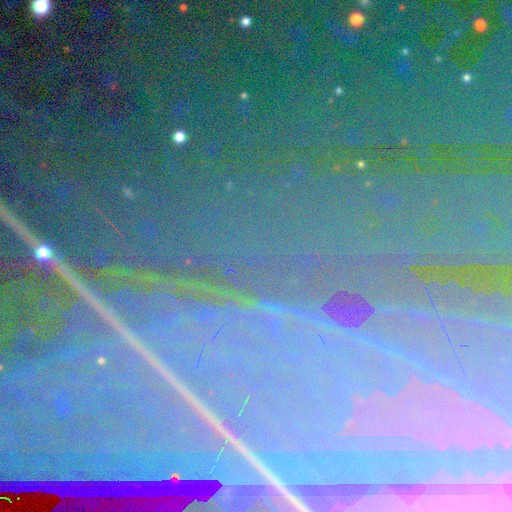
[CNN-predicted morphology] A star or artifact, not a galaxy (84%).

Vote fractions:
- Smooth or featured? star or artifact: 84% / featured or disk: 8% / smooth: 8%